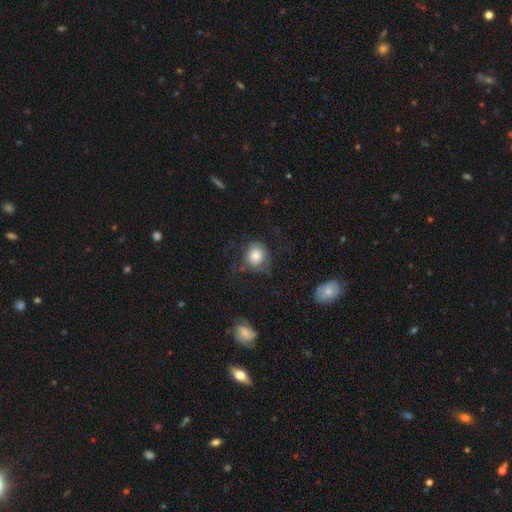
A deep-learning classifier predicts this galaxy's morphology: Smooth or featured? smooth (70%)
How rounded? round (76%)
Merging? none (56%)